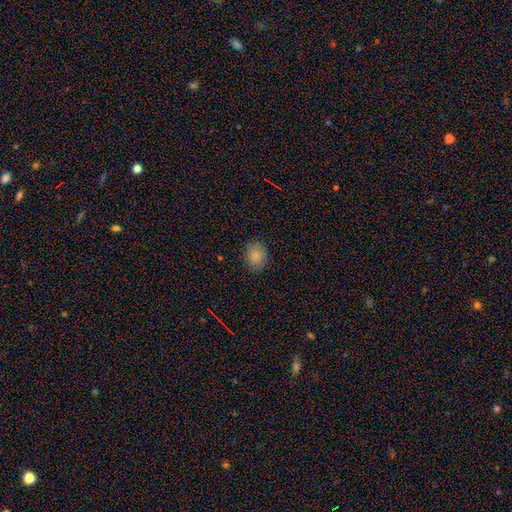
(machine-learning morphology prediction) Overall: smooth (85%). How rounded: in between (56%; round 43%). Merging: none (86%).